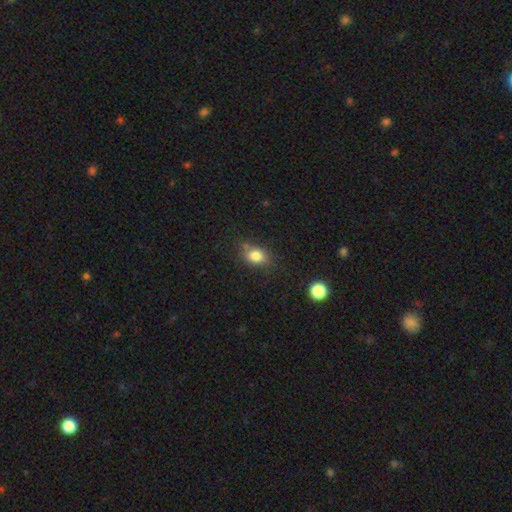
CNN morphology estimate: Q: Smooth or featured?
A: smooth (82%); runner-up: star or artifact (11%)
Q: How rounded?
A: in between (62%); runner-up: round (37%)
Q: Merging?
A: none (71%); runner-up: minor disturbance (19%)